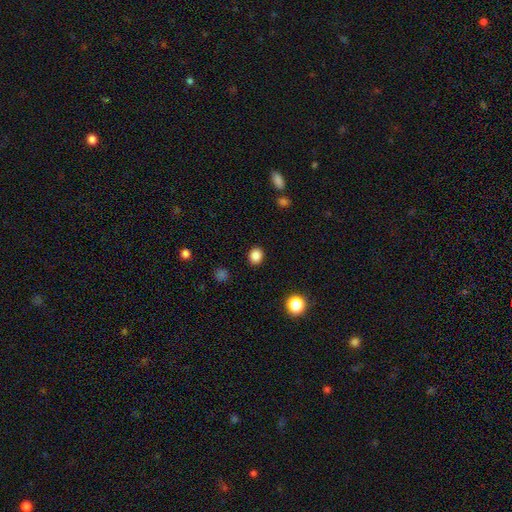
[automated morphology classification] smooth-or-featured: smooth: 86% | star or artifact: 11% | featured or disk: 4%
  how-rounded: round: 67% | in between: 32% | cigar-shaped: 1%
  merging: none: 90% | minor disturbance: 6% | major disturbance: 2% | merger: 1%